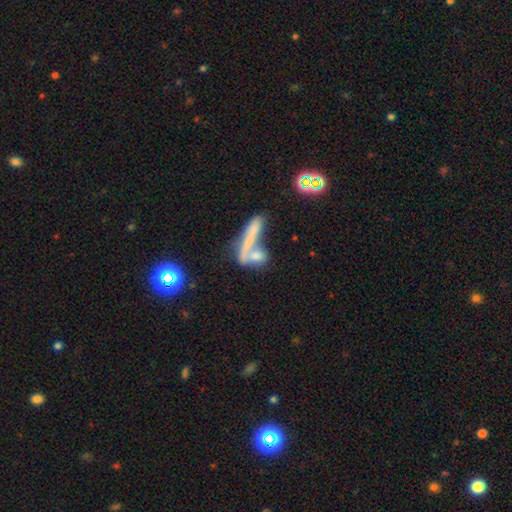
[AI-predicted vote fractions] A smooth galaxy with no disk features (64%) that is cigar-shaped (52%).

Vote fractions:
- Smooth or featured? smooth: 64% / featured or disk: 26% / star or artifact: 10%
- How rounded? cigar-shaped: 52% / in between: 37% / round: 12%
- Merging? merger: 54% / none: 27% / major disturbance: 10% / minor disturbance: 9%